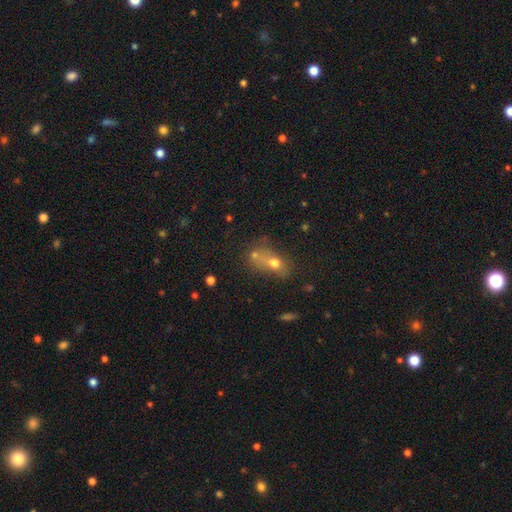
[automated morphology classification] Q: Smooth or featured?
A: smooth (61%); runner-up: star or artifact (20%)
Q: How rounded?
A: in between (51%); runner-up: round (43%)
Q: Merging?
A: merger (45%); runner-up: none (30%)